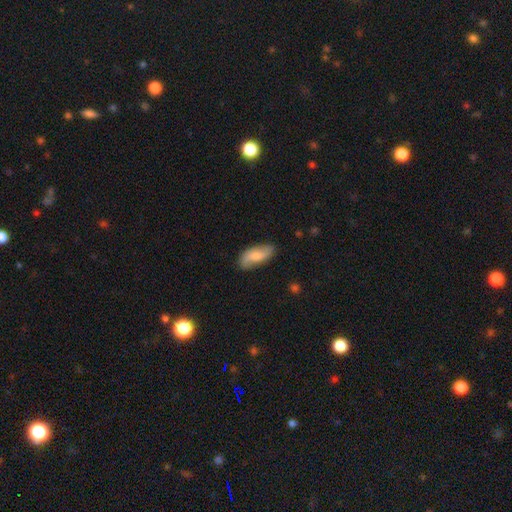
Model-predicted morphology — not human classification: type=smooth (55%); roundness=in between (83%); merging=none (77%).